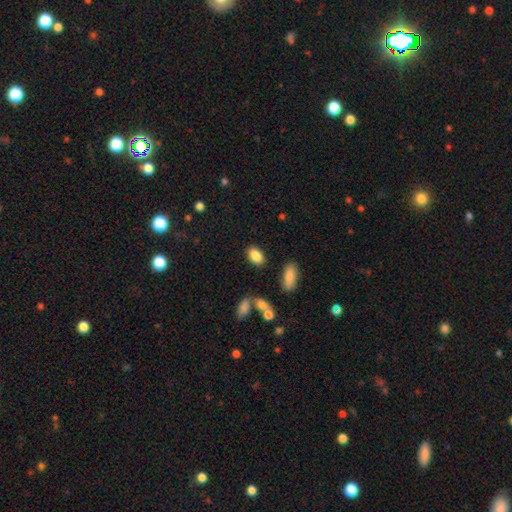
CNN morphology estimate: Smooth or featured? smooth (86%)
How rounded? in between (87%)
Merging? none (84%)